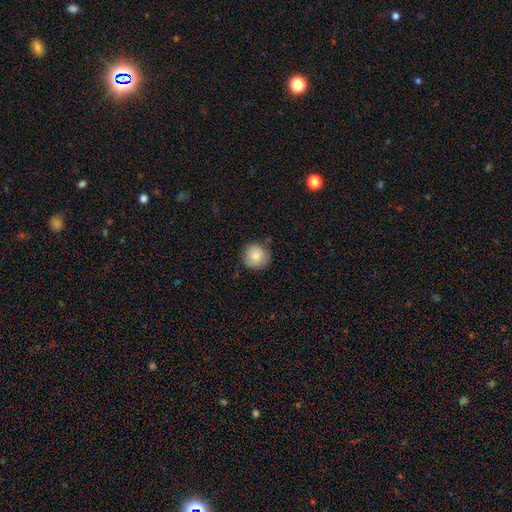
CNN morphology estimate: Smooth or featured? smooth (80%)
How rounded? round (94%)
Merging? none (81%)